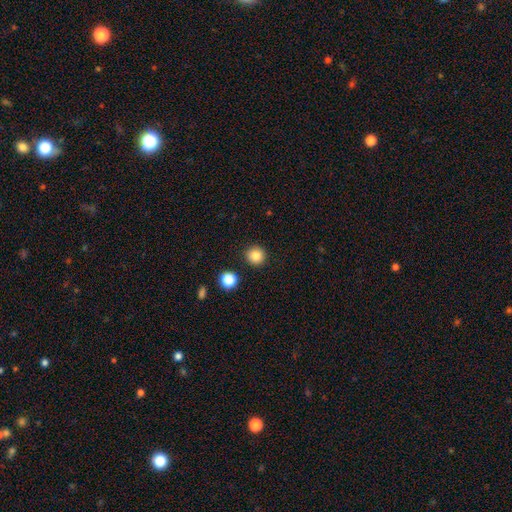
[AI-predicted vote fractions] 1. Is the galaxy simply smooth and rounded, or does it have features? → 84% smooth, 12% star or artifact, 5% featured or disk.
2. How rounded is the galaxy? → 95% round, 4% in between, 1% cigar-shaped.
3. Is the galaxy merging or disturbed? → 92% none, 5% minor disturbance, 2% merger, 2% major disturbance.